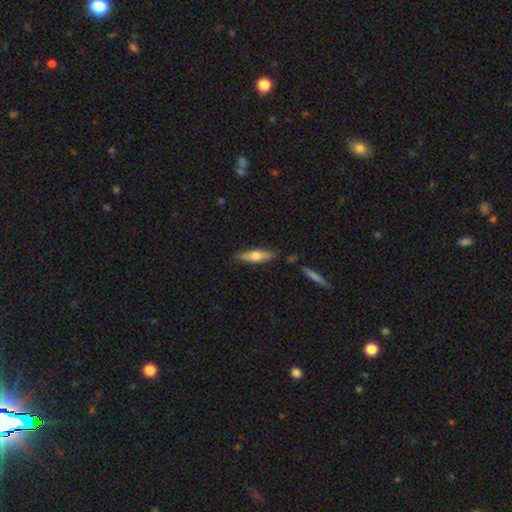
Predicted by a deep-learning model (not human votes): Smooth or featured?
  - smooth: 57% *
  - featured or disk: 37%
  - star or artifact: 6%
How rounded?
  - cigar-shaped: 57% *
  - in between: 41%
  - round: 2%
Merging?
  - none: 80% *
  - minor disturbance: 14%
  - merger: 3%
  - major disturbance: 3%